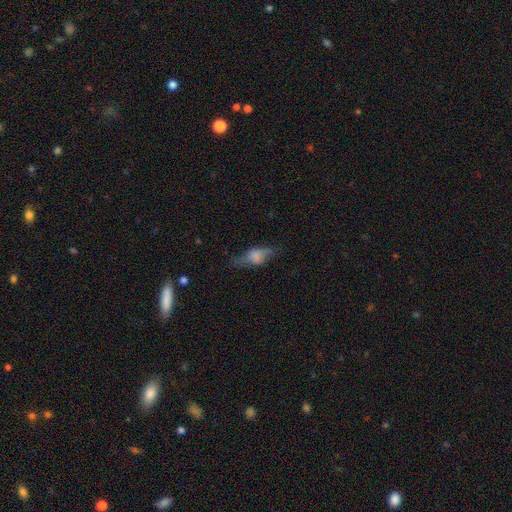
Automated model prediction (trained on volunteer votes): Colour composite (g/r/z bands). It shows a smooth galaxy with no disk features (55%) that is in between round and cigar-shaped (75%). Merging: none (52%).